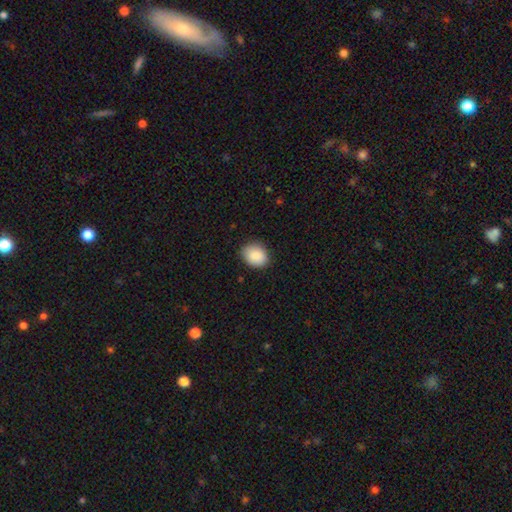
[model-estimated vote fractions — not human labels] smooth_or_featured: smooth (p=0.87) [alt: star or artifact p=0.07]
how_rounded: in between (p=0.52) [alt: round p=0.47]
merging: none (p=0.82) [alt: minor disturbance p=0.14]